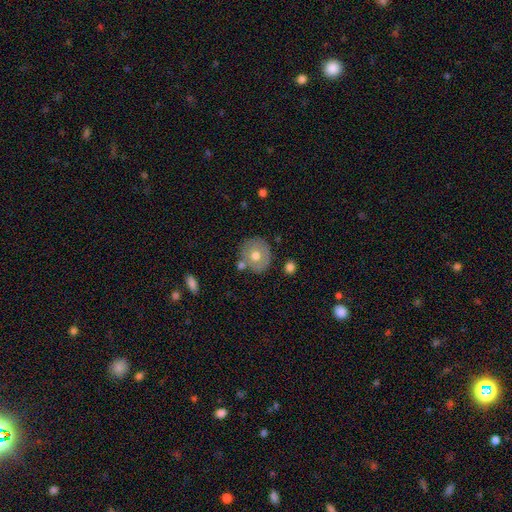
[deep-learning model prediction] Overall: smooth (64%; featured or disk 28%). How rounded: round (85%). Merging: none (73%).